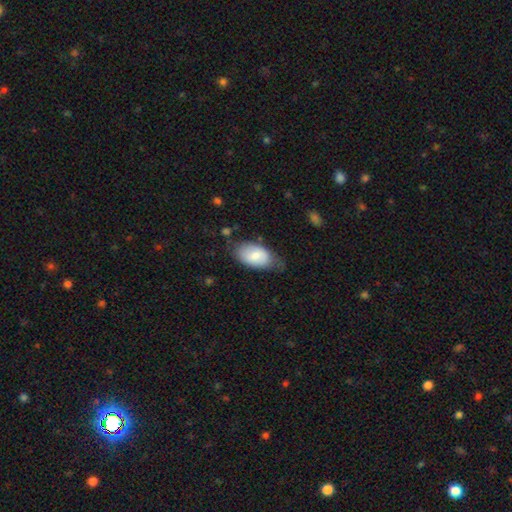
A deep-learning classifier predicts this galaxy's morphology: Overall: smooth (75%). How rounded: in between (94%). Merging: none (57%; minor disturbance 31%).